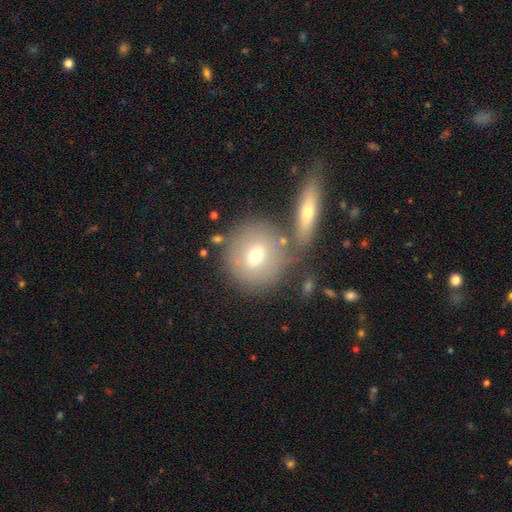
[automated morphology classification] This appears to be a smooth galaxy with no disk features (67%) that is round (89%). Merging: none (64%).